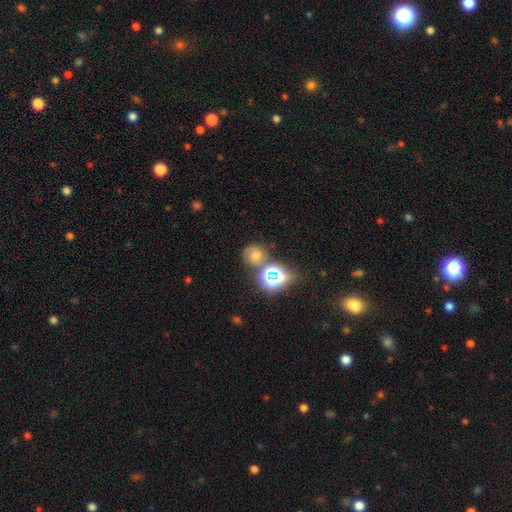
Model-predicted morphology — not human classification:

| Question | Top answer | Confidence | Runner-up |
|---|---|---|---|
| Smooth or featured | smooth | 42% | star or artifact (38%) |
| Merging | none | 64% | merger (17%) |